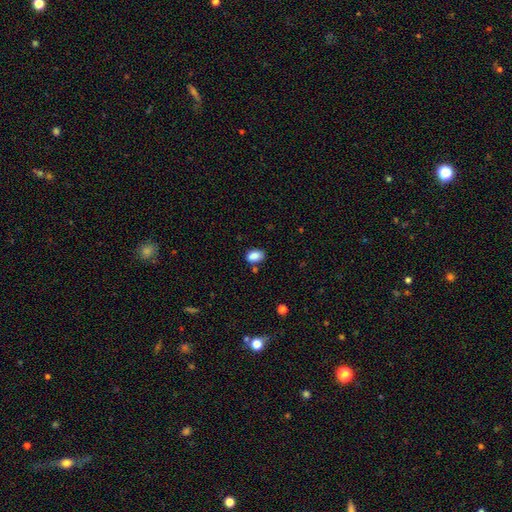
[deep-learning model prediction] This appears to be a smooth galaxy with no disk features (87%) that is in between round and cigar-shaped (85%). Merging: none (76%).